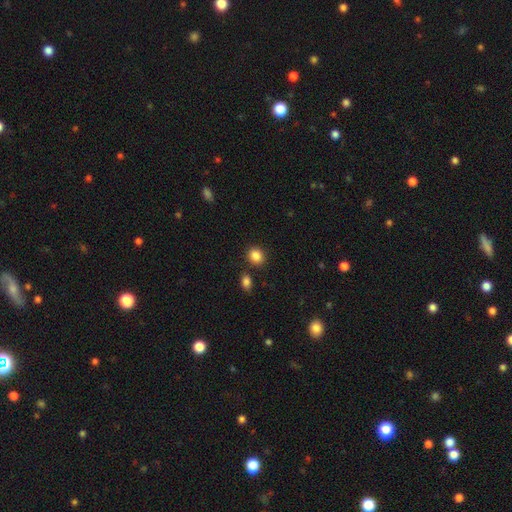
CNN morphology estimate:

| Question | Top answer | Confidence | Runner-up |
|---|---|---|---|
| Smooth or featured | smooth | 86% | star or artifact (10%) |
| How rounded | round | 68% | in between (31%) |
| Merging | none | 84% | minor disturbance (8%) |